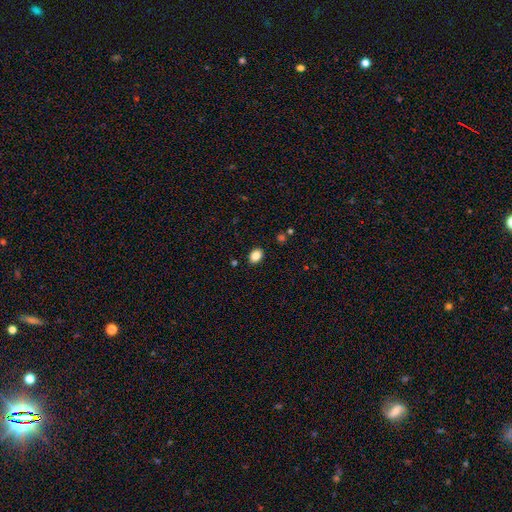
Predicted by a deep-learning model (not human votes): A smooth galaxy with no disk features (85%) that is in between round and cigar-shaped (73%).

Vote fractions:
- Smooth or featured? smooth: 85% / star or artifact: 10% / featured or disk: 5%
- How rounded? in between: 73% / round: 26% / cigar-shaped: 1%
- Merging? none: 89% / minor disturbance: 8% / major disturbance: 2% / merger: 2%